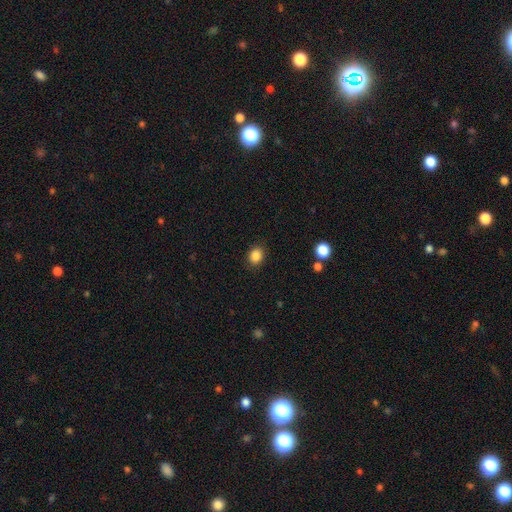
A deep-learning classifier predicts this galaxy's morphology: The model was most divided on "how rounded": round: 61%, in between: 38%, cigar-shaped: 1%. More confident: merging — none (88%); smooth or featured — smooth (86%).